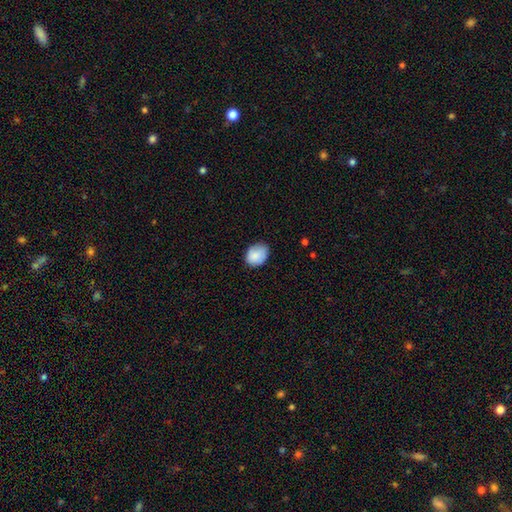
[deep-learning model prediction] Smooth or featured?
  - smooth: 85% *
  - featured or disk: 8%
  - star or artifact: 7%
How rounded?
  - in between: 63% *
  - round: 36%
  - cigar-shaped: 1%
Merging?
  - none: 69% *
  - minor disturbance: 26%
  - major disturbance: 4%
  - merger: 1%